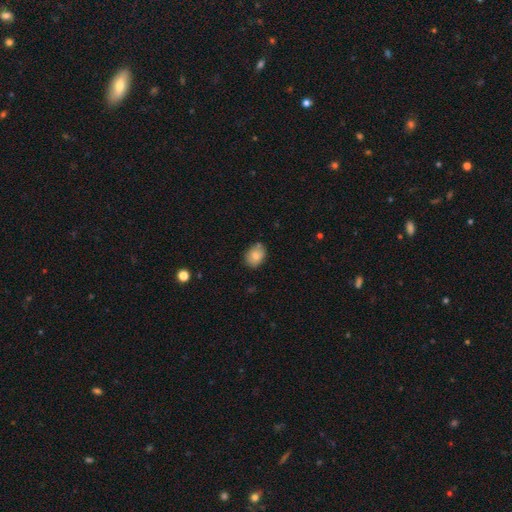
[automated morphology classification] smooth-or-featured: smooth: 77% | featured or disk: 14% | star or artifact: 8%
  how-rounded: in between: 64% | round: 35% | cigar-shaped: 1%
  merging: none: 77% | minor disturbance: 17% | merger: 3% | major disturbance: 3%